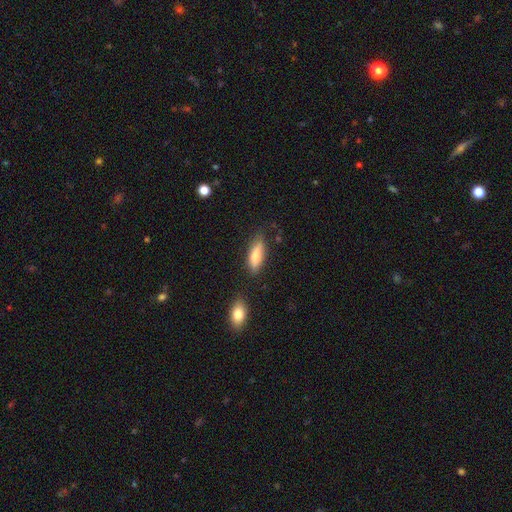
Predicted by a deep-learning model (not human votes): Smooth or featured: smooth — 79% (featured or disk — 15%)
How rounded: in between — 59% (cigar-shaped — 39%)
Merging: none — 70% (minor disturbance — 20%)